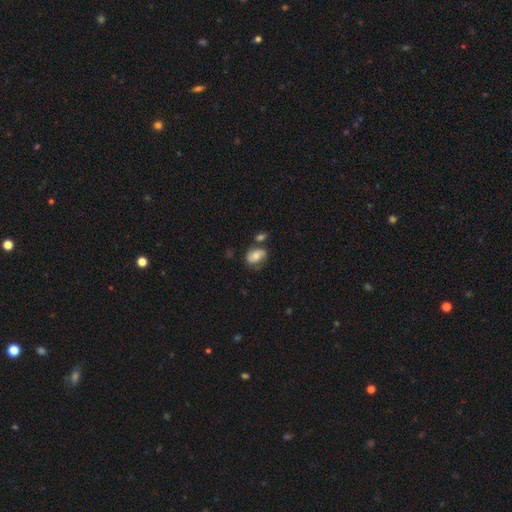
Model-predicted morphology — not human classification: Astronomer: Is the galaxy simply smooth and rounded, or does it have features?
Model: smooth — 51% (runner-up: featured or disk, 40%).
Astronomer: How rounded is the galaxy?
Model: in between — 74%.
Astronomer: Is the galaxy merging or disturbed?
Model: none — 53%.